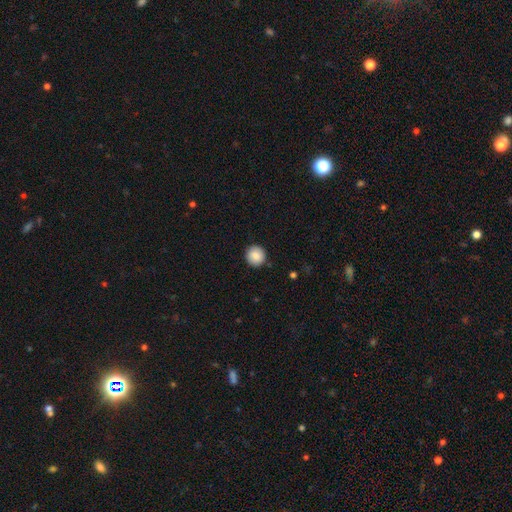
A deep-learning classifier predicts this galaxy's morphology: This is clearly a smooth galaxy (87%). How rounded: clearly round (94%). Merging: clearly none (90%).